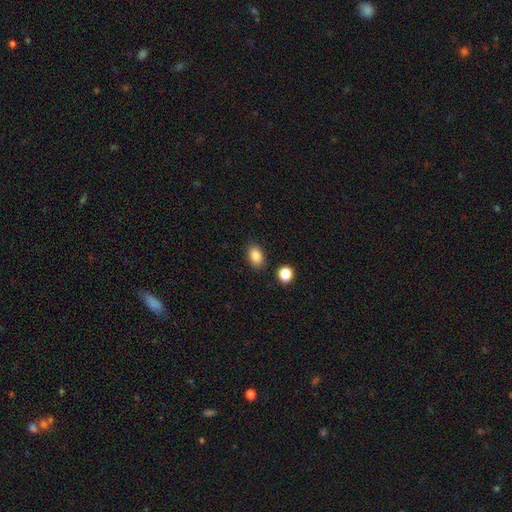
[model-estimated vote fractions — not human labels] This appears to be a smooth galaxy with no disk features (86%) that is in between round and cigar-shaped (81%). Merging: none (84%).